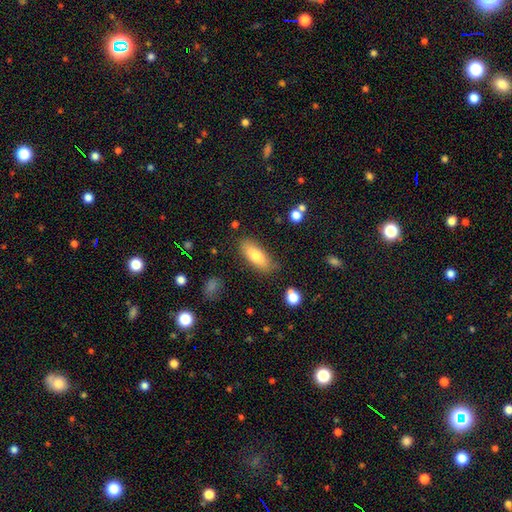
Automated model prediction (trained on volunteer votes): Smooth or featured?
  - smooth: 77% *
  - featured or disk: 16%
  - star or artifact: 7%
How rounded?
  - in between: 72% *
  - cigar-shaped: 25%
  - round: 2%
Merging?
  - none: 80% *
  - minor disturbance: 14%
  - major disturbance: 3%
  - merger: 3%